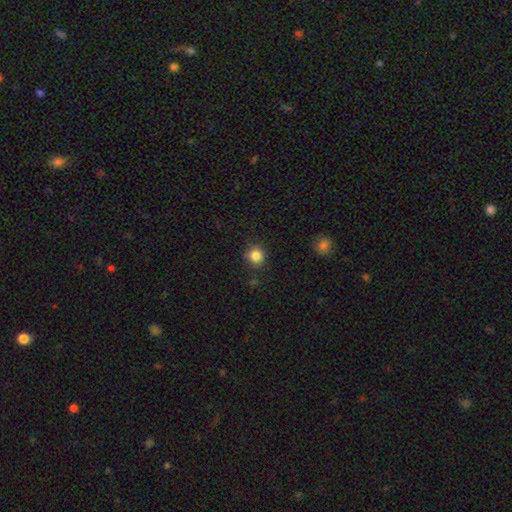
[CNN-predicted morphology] type=smooth (85%); roundness=round (91%); merging=none (86%).